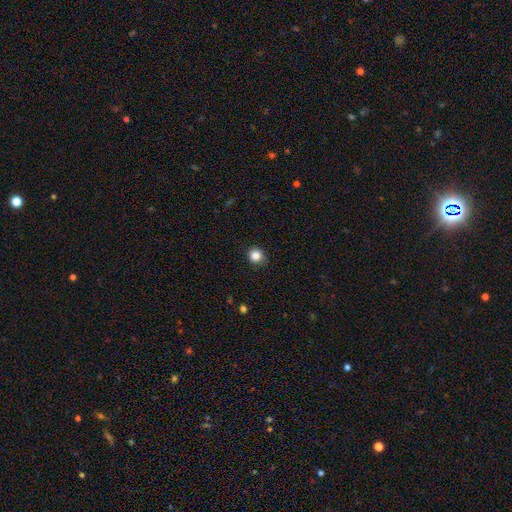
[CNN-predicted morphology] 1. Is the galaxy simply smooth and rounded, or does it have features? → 84% smooth, 11% star or artifact, 5% featured or disk.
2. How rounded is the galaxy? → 86% round, 13% in between, 1% cigar-shaped.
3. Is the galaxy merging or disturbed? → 88% none, 9% minor disturbance, 2% major disturbance, 1% merger.